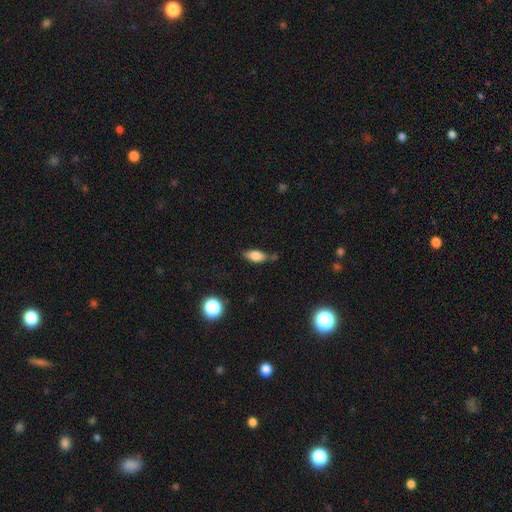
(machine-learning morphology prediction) smooth-or-featured: smooth: 77% | featured or disk: 15% | star or artifact: 9%
  how-rounded: in between: 81% | cigar-shaped: 15% | round: 4%
  merging: none: 65% | minor disturbance: 22% | merger: 8% | major disturbance: 5%